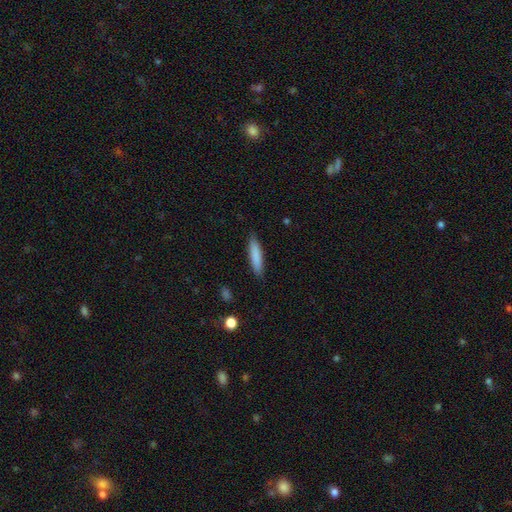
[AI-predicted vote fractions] Smooth or featured? smooth (84%)
How rounded? cigar-shaped (82%)
Merging? none (88%)